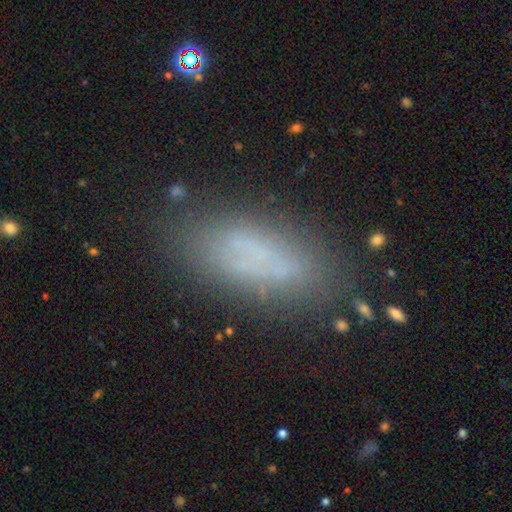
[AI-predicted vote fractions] Smooth or featured? Predicted: smooth (p=0.59). How rounded? Predicted: in between (p=0.68). Merging? Predicted: none (p=0.72).